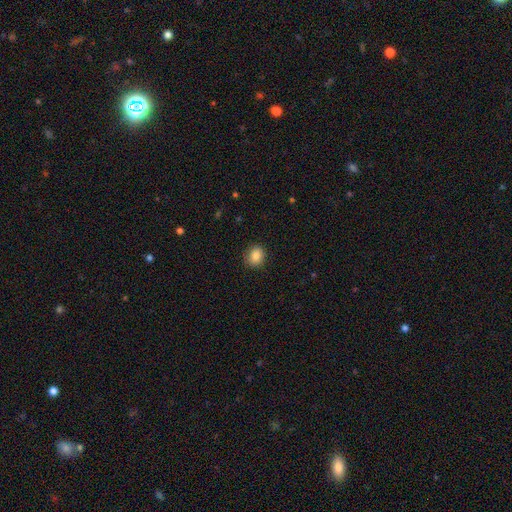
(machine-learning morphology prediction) Overall: smooth (86%). How rounded: round (63%; in between 36%). Merging: none (87%).